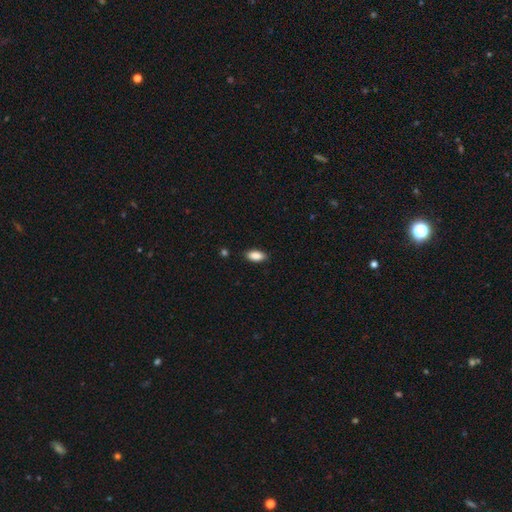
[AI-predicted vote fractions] A smooth galaxy with no disk features (88%) that is in between round and cigar-shaped (90%).

Vote fractions:
- Smooth or featured? smooth: 88% / star or artifact: 7% / featured or disk: 5%
- How rounded? in between: 90% / cigar-shaped: 7% / round: 3%
- Merging? none: 87% / minor disturbance: 10% / major disturbance: 2% / merger: 1%